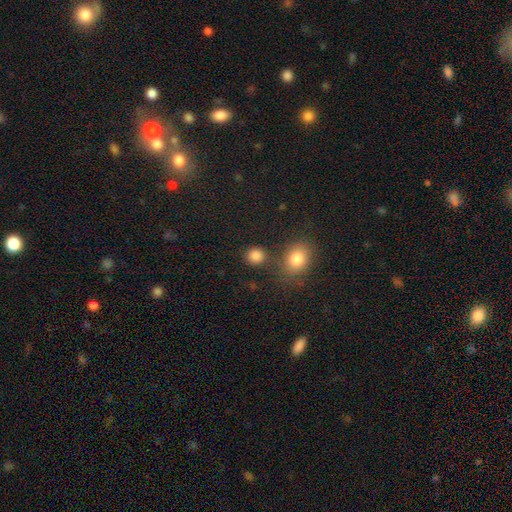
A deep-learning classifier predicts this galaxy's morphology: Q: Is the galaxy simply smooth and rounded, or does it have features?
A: smooth — 85%.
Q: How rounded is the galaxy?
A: round — 84%.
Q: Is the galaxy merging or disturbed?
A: none — 78%.